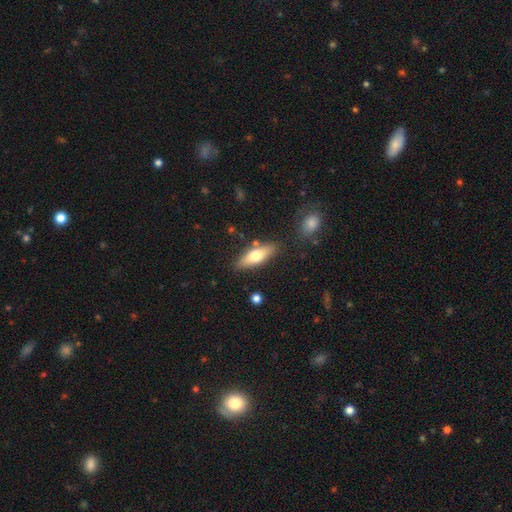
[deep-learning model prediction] Smooth or featured? smooth (62%)
How rounded? in between (56%)
Merging? none (81%)